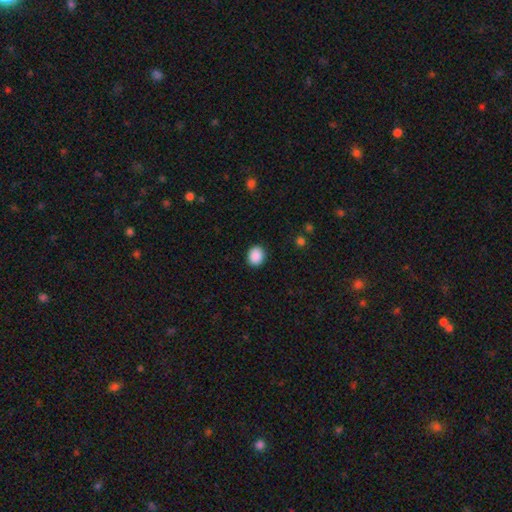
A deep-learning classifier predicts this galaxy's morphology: Smooth or featured?
  - smooth: 89% *
  - star or artifact: 8%
  - featured or disk: 2%
How rounded?
  - round: 61% *
  - in between: 39%
  - cigar-shaped: 1%
Merging?
  - none: 90% *
  - minor disturbance: 7%
  - major disturbance: 2%
  - merger: 1%